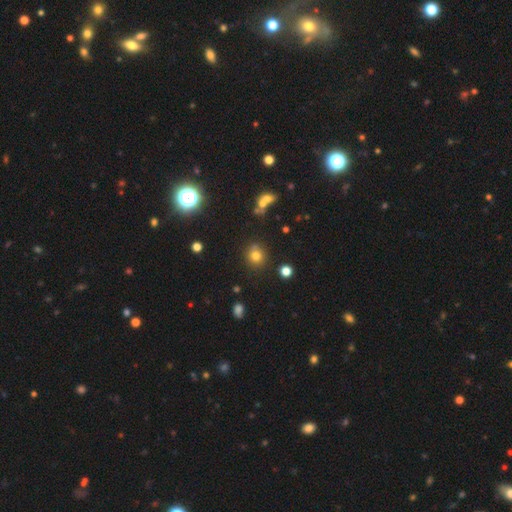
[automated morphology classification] Smooth or featured? Predicted: smooth (p=0.75). How rounded? Predicted: round (p=0.88). Merging? Predicted: none (p=0.76).